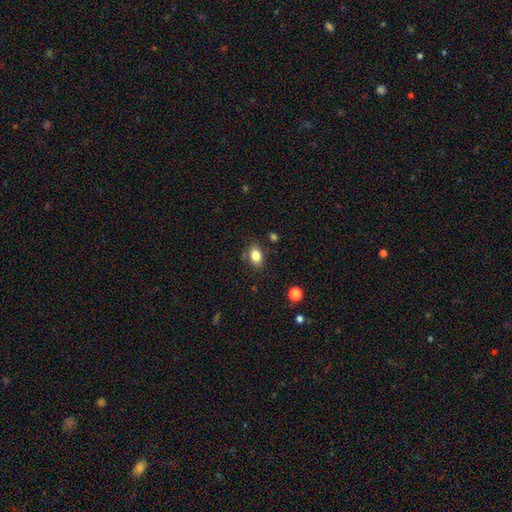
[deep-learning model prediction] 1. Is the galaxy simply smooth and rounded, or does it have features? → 83% smooth, 9% star or artifact, 8% featured or disk.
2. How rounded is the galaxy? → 80% in between, 18% round, 1% cigar-shaped.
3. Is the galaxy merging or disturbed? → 81% none, 13% minor disturbance, 3% major disturbance, 2% merger.